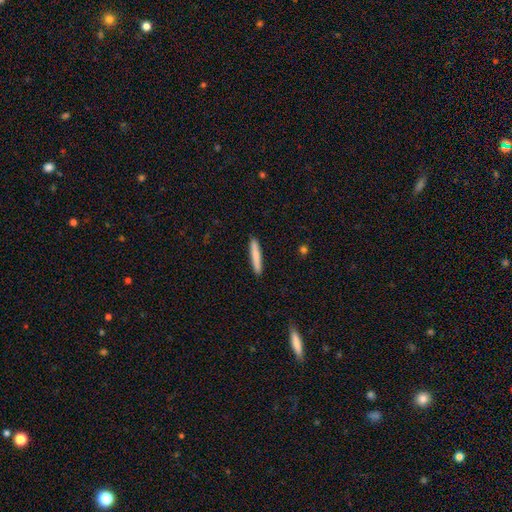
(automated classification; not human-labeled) smooth-or-featured: smooth: 80% | featured or disk: 15% | star or artifact: 6%
  how-rounded: cigar-shaped: 94% | in between: 4% | round: 1%
  merging: none: 90% | minor disturbance: 7% | major disturbance: 1% | merger: 1%